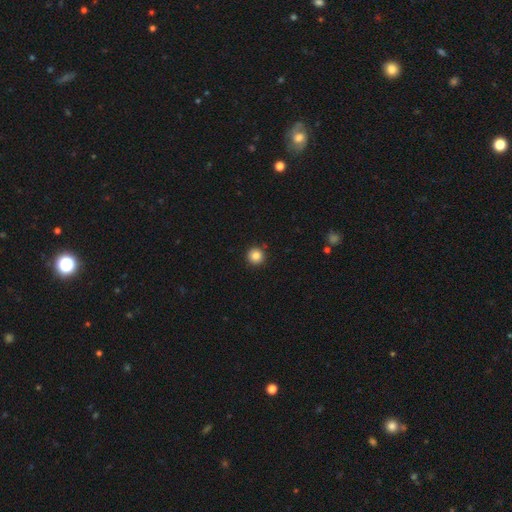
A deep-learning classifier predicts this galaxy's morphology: This is clearly a smooth galaxy (85%). How rounded: clearly round (96%). Merging: clearly none (91%).